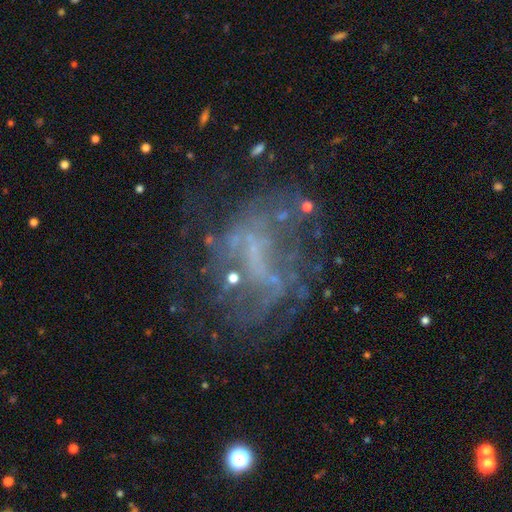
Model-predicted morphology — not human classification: Smooth or featured?
  - featured or disk: 66% *
  - star or artifact: 21%
  - smooth: 13%
Edge-on disk?
  - no: 96% *
  - yes: 4%
Bar?
  - no: 47% *
  - weak: 32%
  - strong: 21%
Spiral arms?
  - no: 58% *
  - yes: 42%
Bulge size?
  - none: 65% *
  - small: 24%
  - moderate: 9%
  - large: 2%
  - dominant: 1%
Merging?
  - none: 47% *
  - major disturbance: 30%
  - minor disturbance: 17%
  - merger: 6%